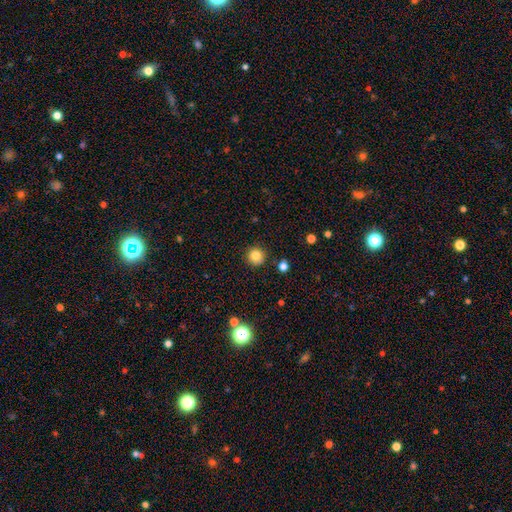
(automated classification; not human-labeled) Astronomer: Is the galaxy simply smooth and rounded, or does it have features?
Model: smooth — 82%.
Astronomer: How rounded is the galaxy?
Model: round — 95%.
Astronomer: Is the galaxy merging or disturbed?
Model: none — 91%.